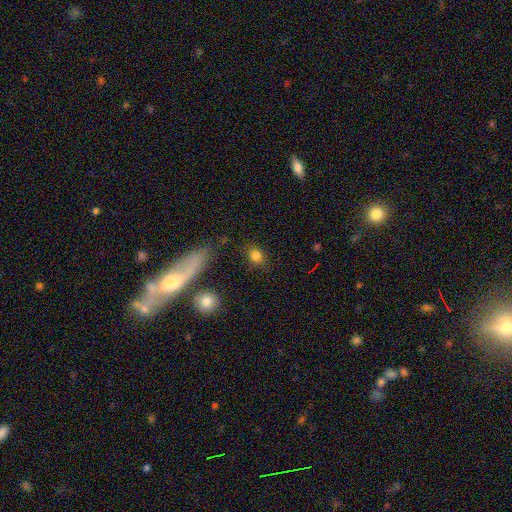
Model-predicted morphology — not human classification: smooth 82%, star or artifact 11%, featured or disk 7%. Down the decision tree: how rounded — round (52%); merging — none (80%).